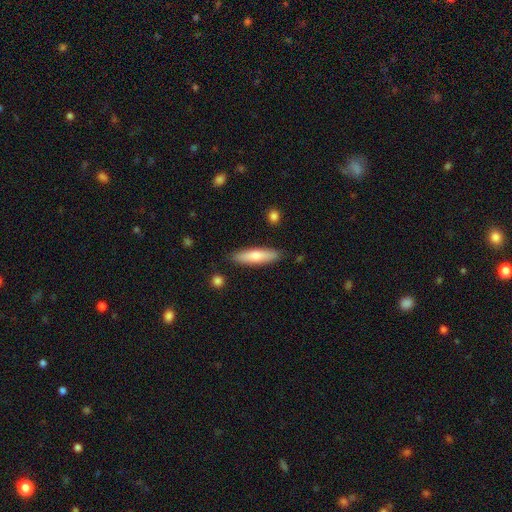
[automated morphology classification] This is likely a smooth galaxy (68%). How rounded: likely cigar-shaped (72%). Merging: clearly none (87%).